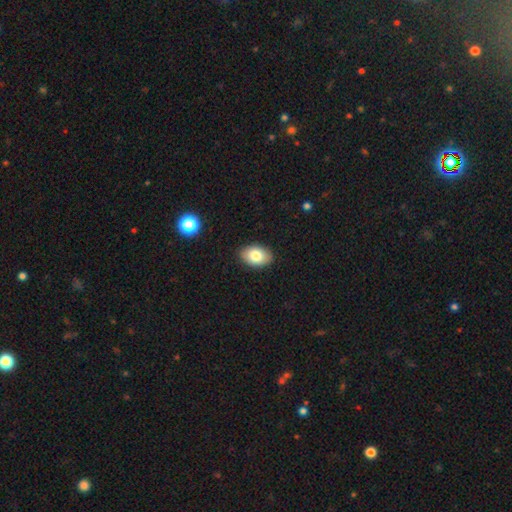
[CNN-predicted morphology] A smooth galaxy with no disk features (81%) that is in between round and cigar-shaped (89%).

Vote fractions:
- Smooth or featured? smooth: 81% / featured or disk: 11% / star or artifact: 8%
- How rounded? in between: 89% / round: 10% / cigar-shaped: 1%
- Merging? none: 88% / minor disturbance: 9% / major disturbance: 2% / merger: 1%